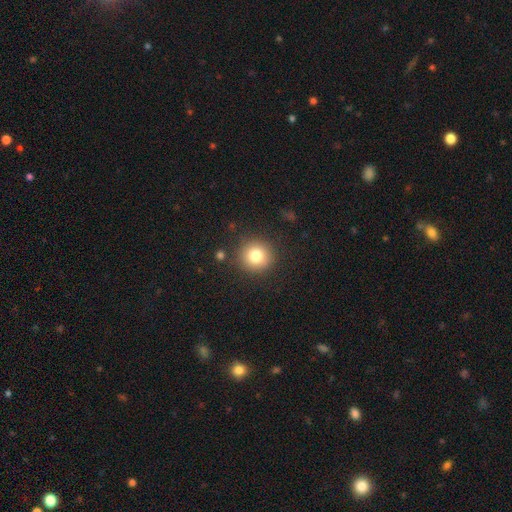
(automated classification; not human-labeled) Q: Smooth or featured?
A: smooth (80%); runner-up: star or artifact (11%)
Q: How rounded?
A: round (92%); runner-up: in between (7%)
Q: Merging?
A: none (87%); runner-up: minor disturbance (8%)